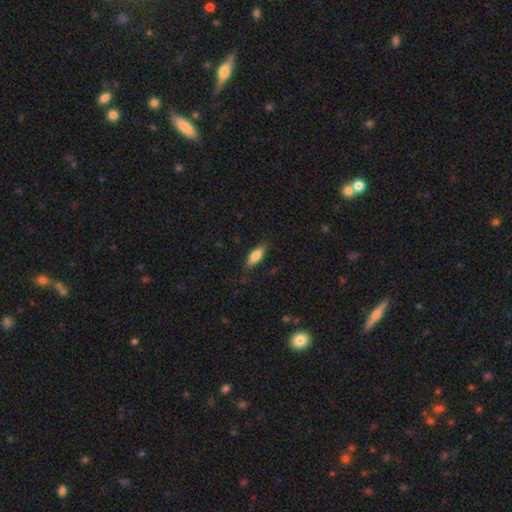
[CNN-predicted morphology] smooth-or-featured: smooth: 77% | featured or disk: 17% | star or artifact: 7%
  how-rounded: in between: 70% | cigar-shaped: 28% | round: 2%
  merging: none: 76% | minor disturbance: 18% | major disturbance: 4% | merger: 1%